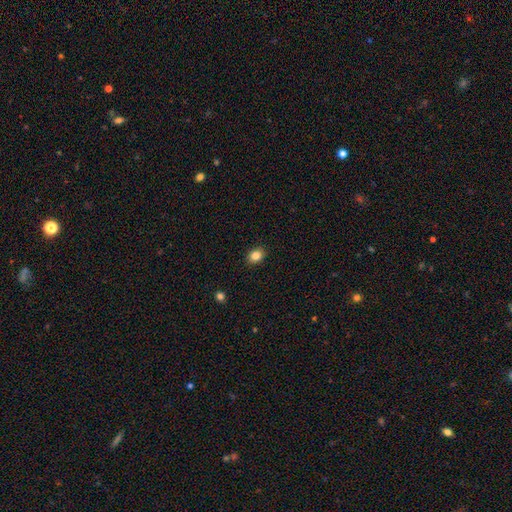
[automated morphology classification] smooth_or_featured: smooth (p=0.84) [alt: star or artifact p=0.10]
how_rounded: in between (p=0.57) [alt: round p=0.42]
merging: none (p=0.90) [alt: minor disturbance p=0.07]